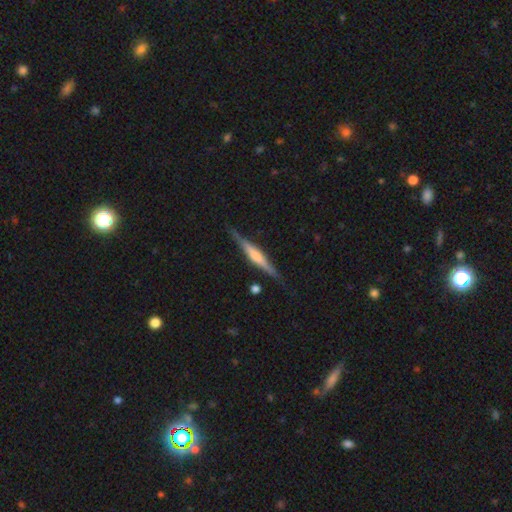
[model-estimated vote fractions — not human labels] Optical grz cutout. It shows a featured or disk galaxy (71%) viewed edge-on (98%) with a rounded central bulge (56%). Merging: none (87%).